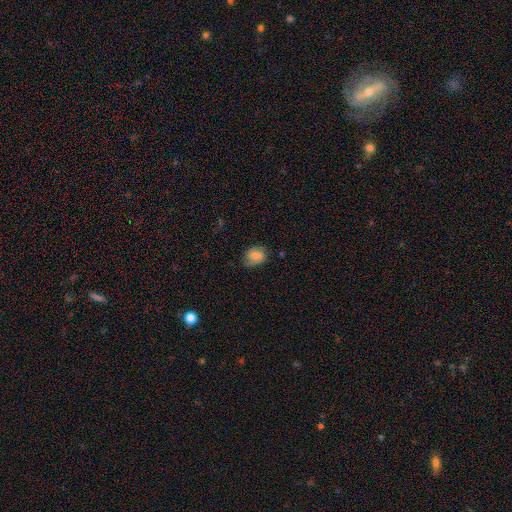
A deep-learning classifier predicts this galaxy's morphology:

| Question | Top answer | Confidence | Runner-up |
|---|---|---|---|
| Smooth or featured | smooth | 76% | featured or disk (15%) |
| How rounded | in between | 55% | round (44%) |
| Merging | none | 65% | minor disturbance (26%) |